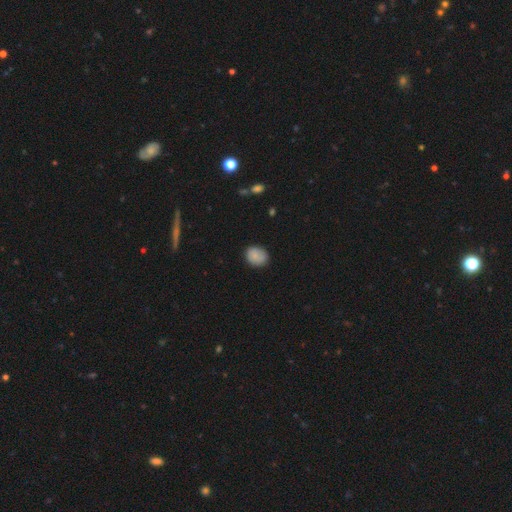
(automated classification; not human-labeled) The model was most divided on "how rounded": round: 55%, in between: 44%, cigar-shaped: 1%. More confident: smooth or featured — smooth (83%); merging — none (80%).